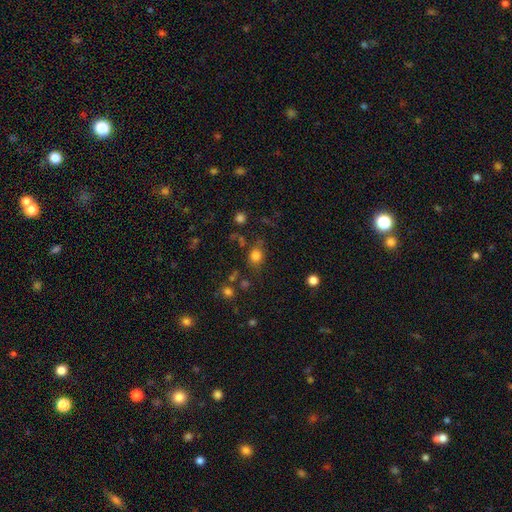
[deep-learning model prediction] Morphology: type=smooth (79%); roundness=round (64%); merging=none (70%).